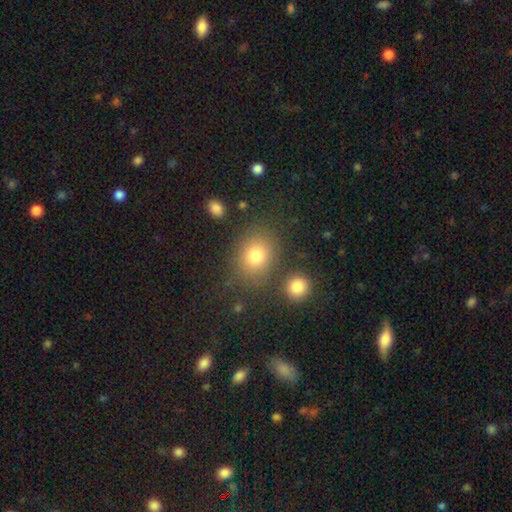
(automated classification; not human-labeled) This is likely a smooth galaxy (78%). How rounded: possibly round (52%). Merging: likely none (77%).